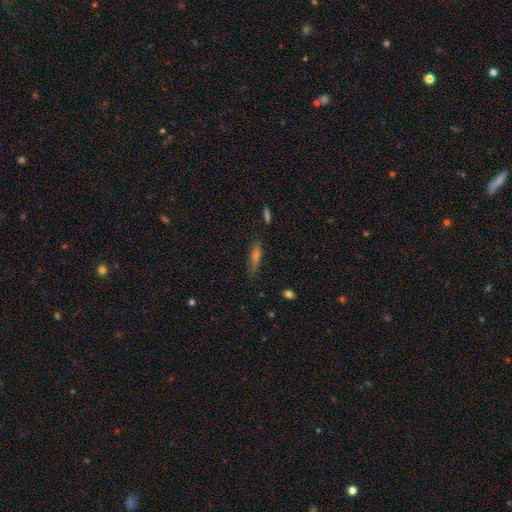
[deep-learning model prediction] A smooth galaxy with no disk features (48%). Merging: none (78%).